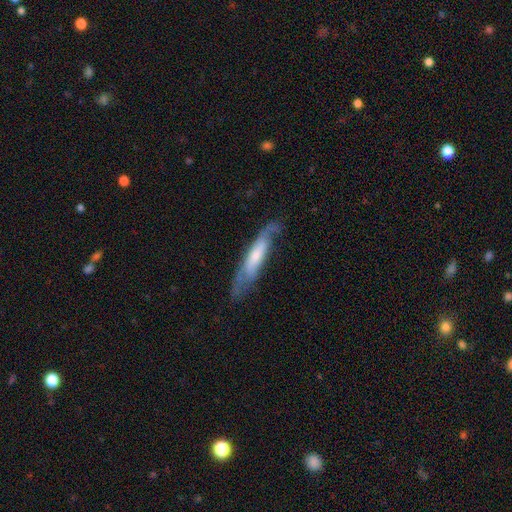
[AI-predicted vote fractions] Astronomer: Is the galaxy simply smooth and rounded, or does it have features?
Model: featured or disk — 52% (runner-up: smooth, 42%).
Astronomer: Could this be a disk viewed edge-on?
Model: no — 50%, tied with yes at 50%.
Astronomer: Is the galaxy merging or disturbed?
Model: none — 56%.